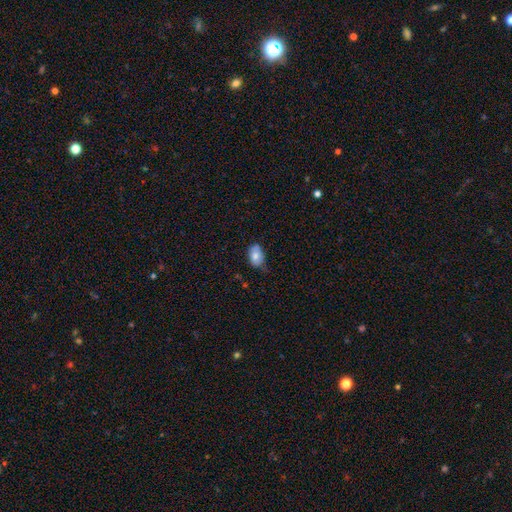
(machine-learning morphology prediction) Smooth or featured? smooth (75%)
How rounded? in between (85%)
Merging? none (62%)